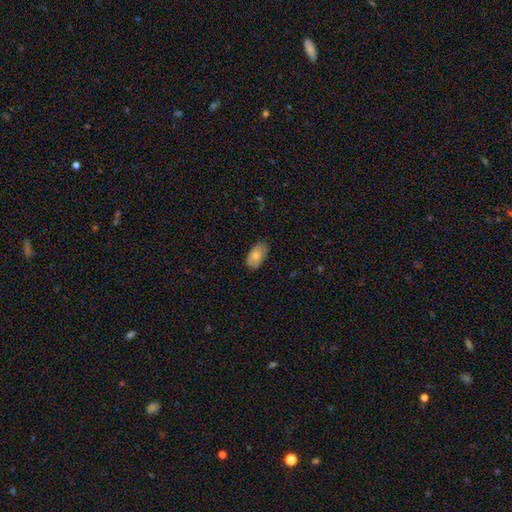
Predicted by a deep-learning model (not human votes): Smooth or featured: smooth — 78% (featured or disk — 15%)
How rounded: in between — 94% (round — 4%)
Merging: none — 73% (minor disturbance — 22%)